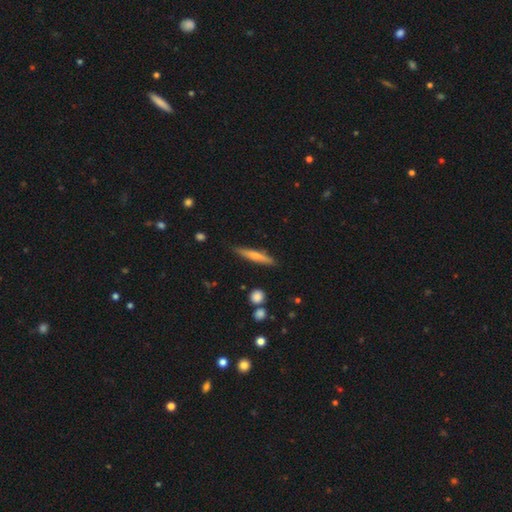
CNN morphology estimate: A smooth galaxy with no disk features (59%) that is cigar-shaped (90%).

Vote fractions:
- Smooth or featured? smooth: 59% / featured or disk: 35% / star or artifact: 6%
- How rounded? cigar-shaped: 90% / in between: 8% / round: 2%
- Merging? none: 85% / minor disturbance: 10% / merger: 2% / major disturbance: 2%